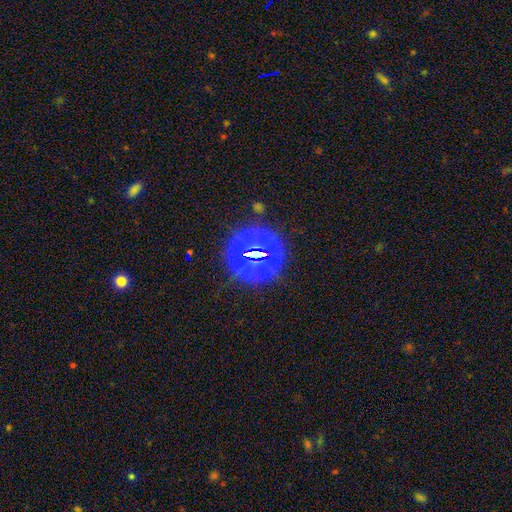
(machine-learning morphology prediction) Smooth or featured?
  - star or artifact: 79% *
  - smooth: 13%
  - featured or disk: 8%